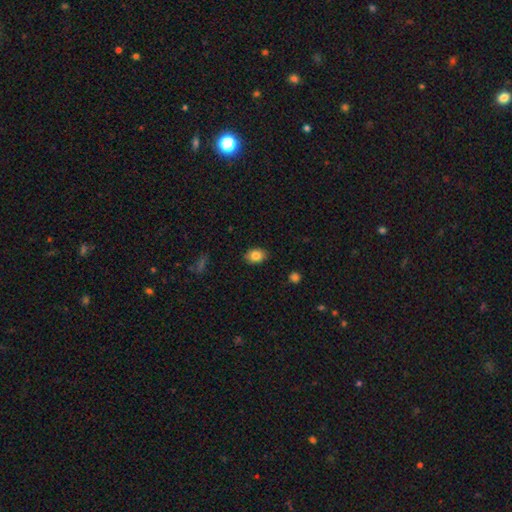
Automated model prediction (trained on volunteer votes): Morphology: type=smooth (83%); roundness=in between (71%); merging=none (87%).